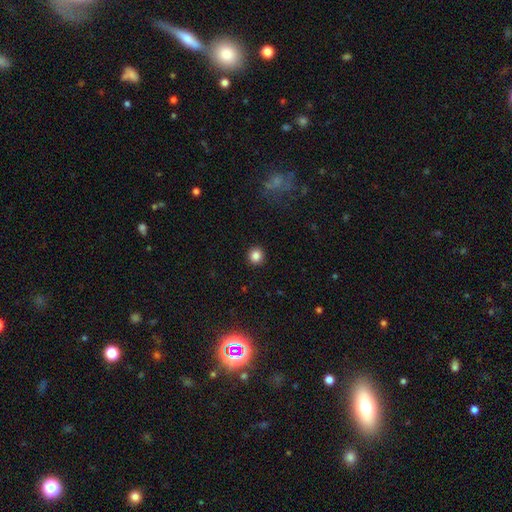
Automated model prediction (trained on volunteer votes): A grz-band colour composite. It shows a smooth galaxy with no disk features (85%) that is round (93%). Merging: none (93%).